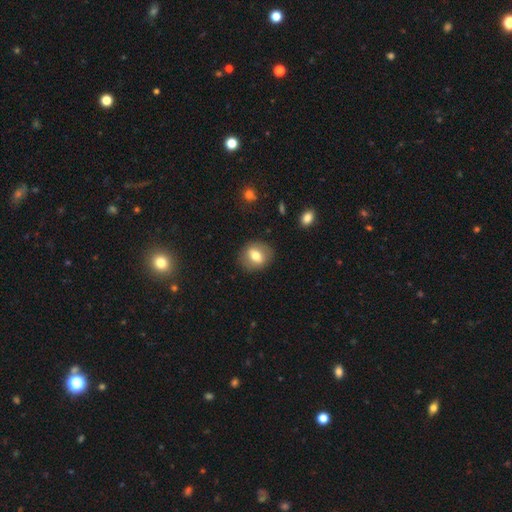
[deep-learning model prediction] Morphology: type=smooth (67%); roundness=round (56%); merging=none (84%).